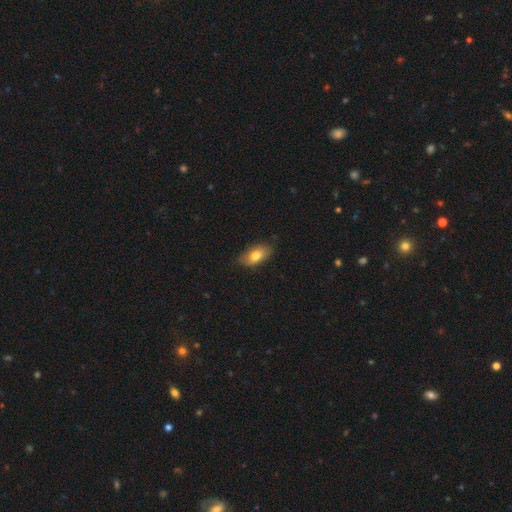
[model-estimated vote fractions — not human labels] smooth-or-featured: smooth: 76% | featured or disk: 16% | star or artifact: 7%
  how-rounded: in between: 88% | cigar-shaped: 7% | round: 5%
  merging: none: 79% | minor disturbance: 17% | major disturbance: 3% | merger: 1%